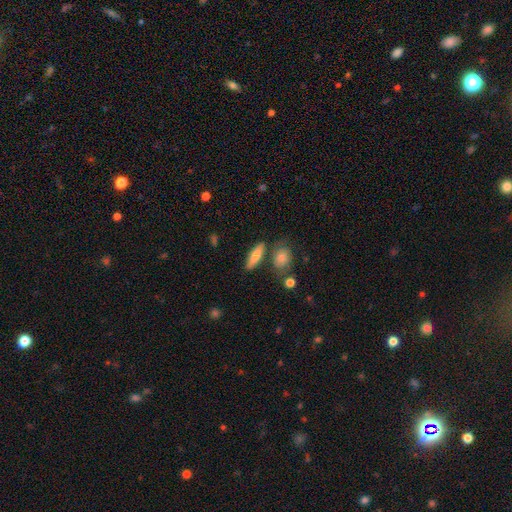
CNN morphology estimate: This is likely a smooth galaxy (69%). How rounded: possibly cigar-shaped (57%). Merging: likely none (75%).